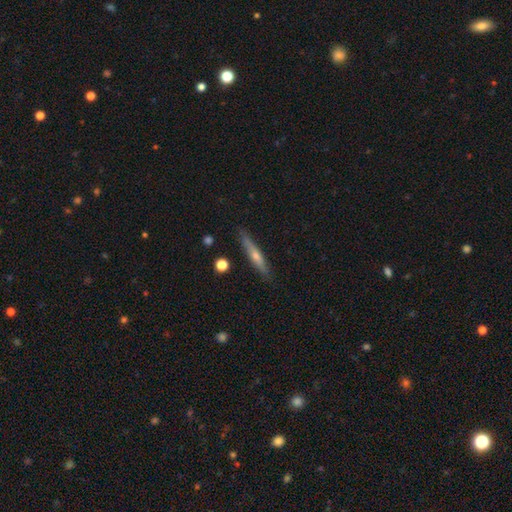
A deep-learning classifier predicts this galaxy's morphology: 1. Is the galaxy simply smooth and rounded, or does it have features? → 56% featured or disk, 38% smooth, 7% star or artifact.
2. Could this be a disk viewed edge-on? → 94% yes, 6% no.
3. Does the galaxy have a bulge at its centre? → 76% rounded, 20% none, 4% boxy.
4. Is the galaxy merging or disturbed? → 88% none, 9% minor disturbance, 2% major disturbance, 2% merger.